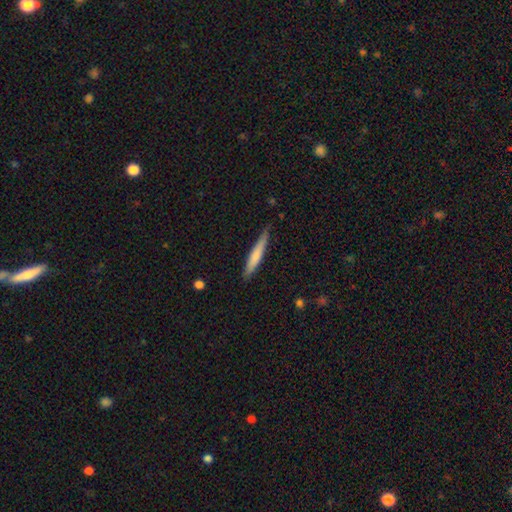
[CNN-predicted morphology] Smooth or featured? smooth (68%)
How rounded? cigar-shaped (94%)
Merging? none (84%)